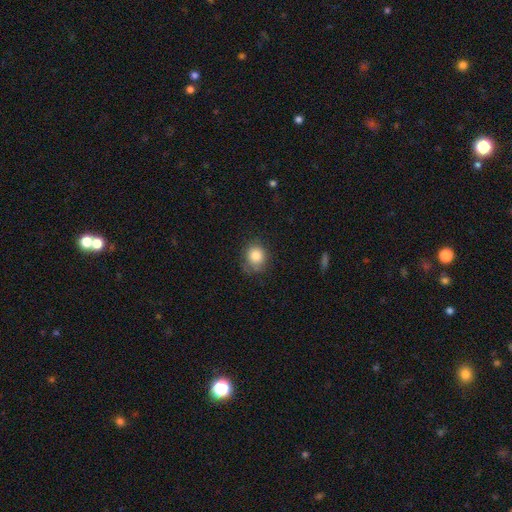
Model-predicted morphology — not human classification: A smooth galaxy with no disk features (83%) that is round (79%). Merging: none (71%).